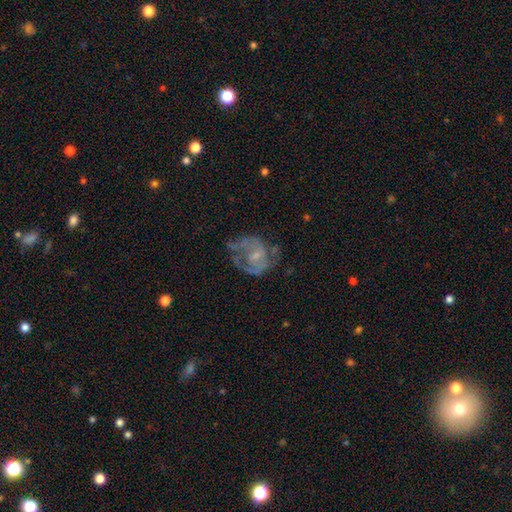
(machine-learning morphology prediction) A featured or disk galaxy (70%) with no bar (60%), spiral arms (65%) and a small central bulge (58%). Merging: none (42%).